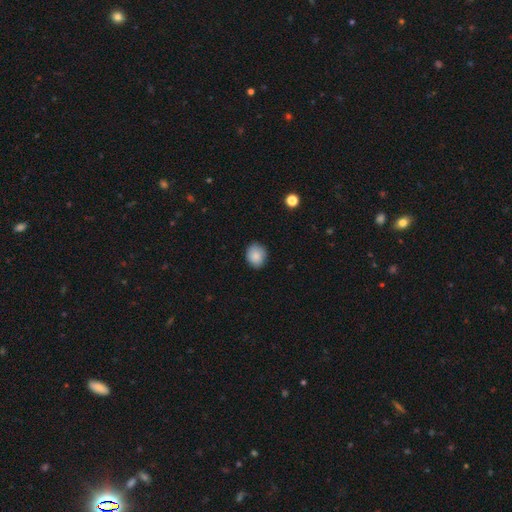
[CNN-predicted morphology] This appears to be a smooth galaxy with no disk features (85%) that is round (68%). Merging: none (84%).